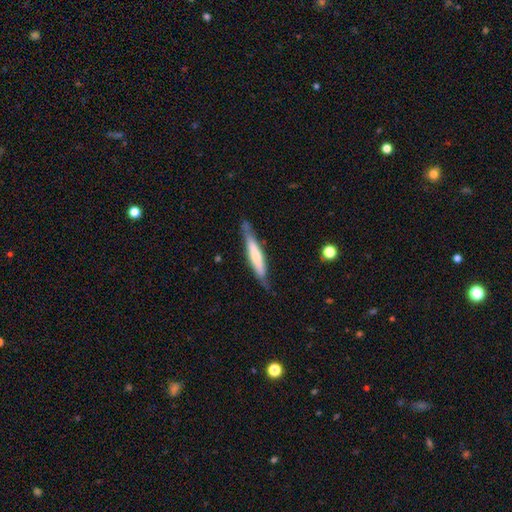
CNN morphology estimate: Smooth or featured? Predicted: smooth (p=0.52). How rounded? Predicted: cigar-shaped (p=0.91). Merging? Predicted: none (p=0.71).